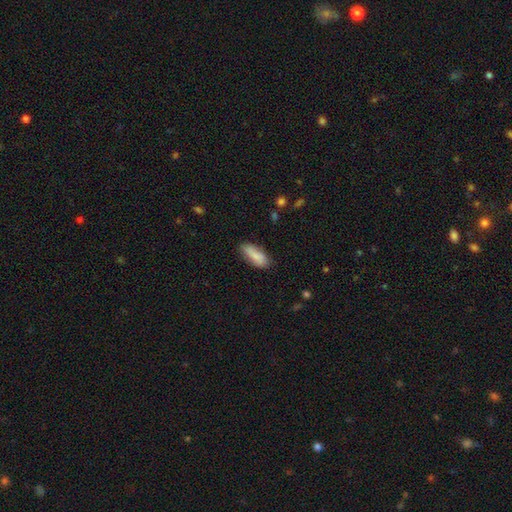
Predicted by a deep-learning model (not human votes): smooth_or_featured: smooth (p=0.85) [alt: featured or disk p=0.09]
how_rounded: in between (p=0.69) [alt: cigar-shaped p=0.29]
merging: none (p=0.74) [alt: minor disturbance p=0.20]